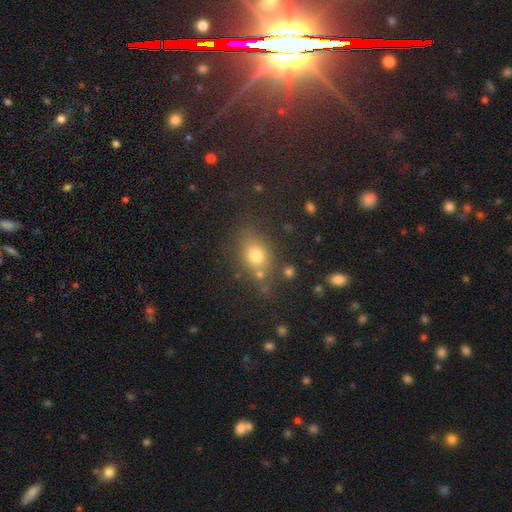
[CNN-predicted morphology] smooth 74%, star or artifact 16%, featured or disk 10%. Down the decision tree: how rounded — in between (50%); merging — none (71%).